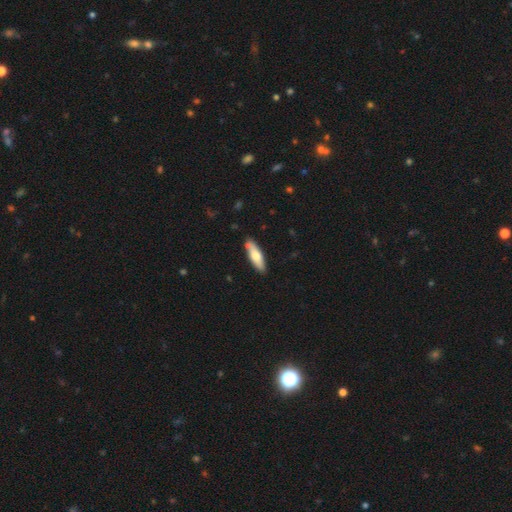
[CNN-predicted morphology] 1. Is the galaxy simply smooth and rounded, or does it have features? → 65% smooth, 30% featured or disk, 5% star or artifact.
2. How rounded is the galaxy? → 56% cigar-shaped, 43% in between, 2% round.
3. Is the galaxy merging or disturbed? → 83% none, 12% minor disturbance, 3% merger, 2% major disturbance.